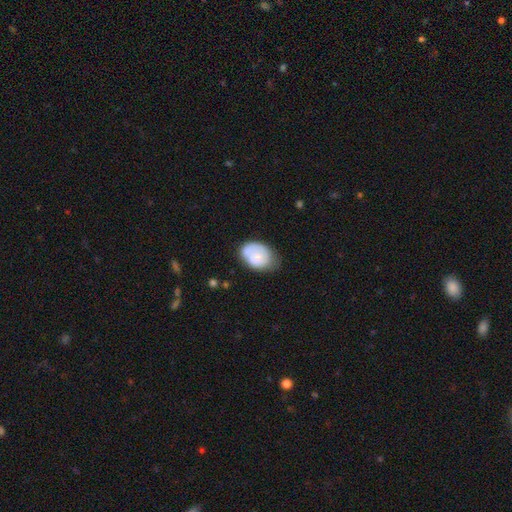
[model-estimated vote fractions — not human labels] Overall: smooth (62%; featured or disk 32%). How rounded: in between (76%). Merging: none (48%; minor disturbance 35%).